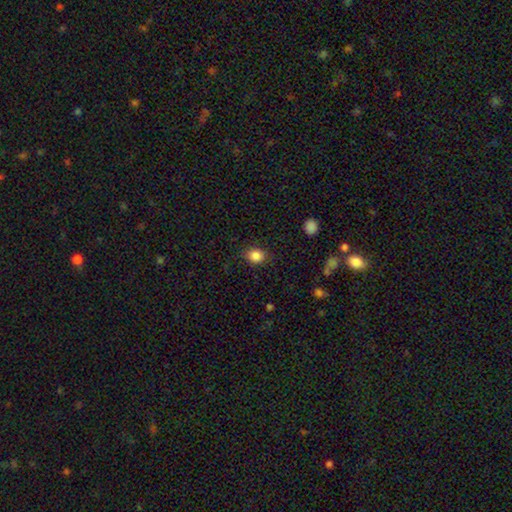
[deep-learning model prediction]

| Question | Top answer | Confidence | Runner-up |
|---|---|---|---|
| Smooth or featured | smooth | 86% | star or artifact (10%) |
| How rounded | round | 58% | in between (41%) |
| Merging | none | 83% | minor disturbance (13%) |